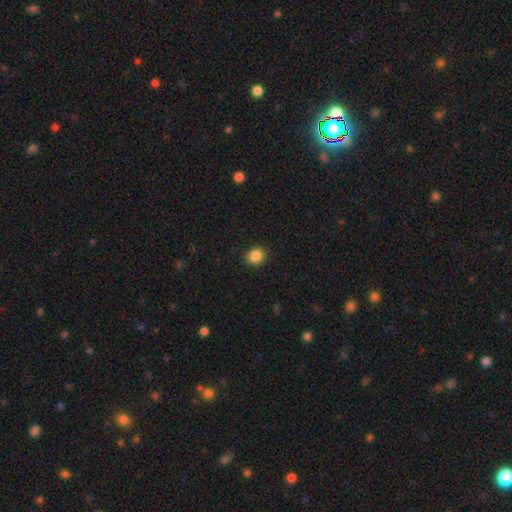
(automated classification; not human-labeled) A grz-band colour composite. It shows a smooth galaxy with no disk features (86%) that is round (68%). Merging: none (89%).